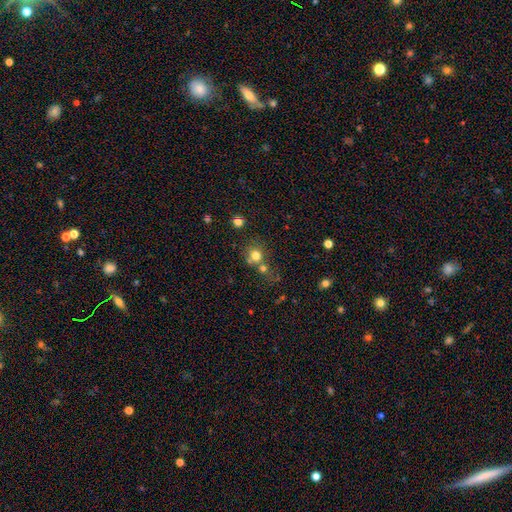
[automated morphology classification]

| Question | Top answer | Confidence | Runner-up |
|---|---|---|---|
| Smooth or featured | smooth | 75% | star or artifact (15%) |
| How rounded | round | 86% | in between (13%) |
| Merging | none | 49% | merger (37%) |